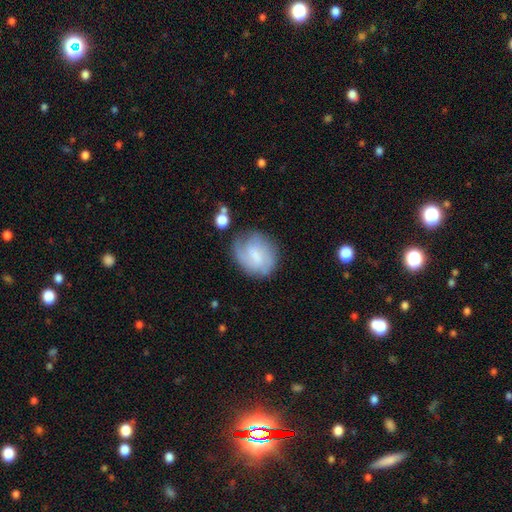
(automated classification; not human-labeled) Q: Smooth or featured?
A: featured or disk (49%); runner-up: smooth (43%)
Q: Merging?
A: none (62%); runner-up: minor disturbance (23%)